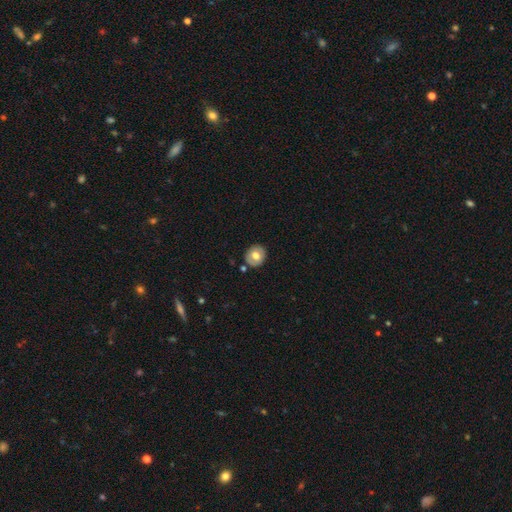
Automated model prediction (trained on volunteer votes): smooth-or-featured: smooth: 65% | featured or disk: 28% | star or artifact: 8%
  how-rounded: round: 82% | in between: 17% | cigar-shaped: 1%
  merging: none: 86% | minor disturbance: 9% | merger: 3% | major disturbance: 2%